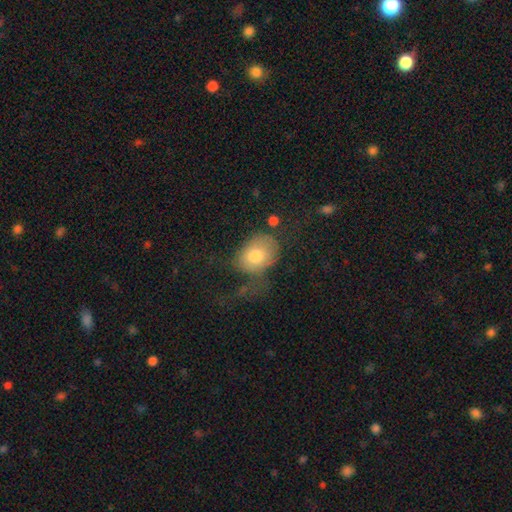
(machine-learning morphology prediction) smooth 74%, featured or disk 18%, star or artifact 8%. Down the decision tree: how rounded — in between (68%); merging — major disturbance (35%, tied with none).